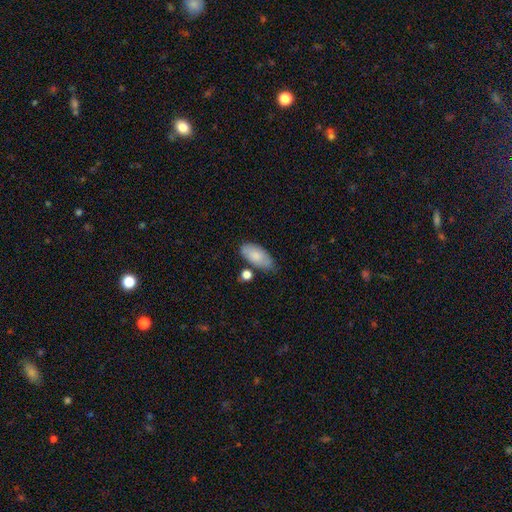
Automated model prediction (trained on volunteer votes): smooth_or_featured: smooth (p=0.80) [alt: featured or disk p=0.13]
how_rounded: in between (p=0.92) [alt: cigar-shaped p=0.05]
merging: none (p=0.64) [alt: minor disturbance p=0.23]